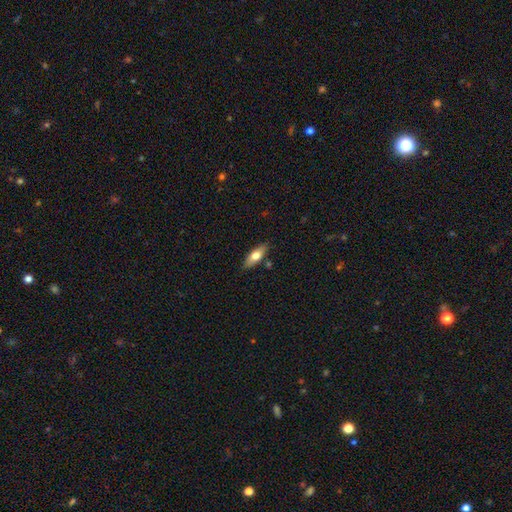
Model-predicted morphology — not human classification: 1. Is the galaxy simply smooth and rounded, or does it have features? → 64% smooth, 30% featured or disk, 6% star or artifact.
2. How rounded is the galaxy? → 67% in between, 30% cigar-shaped, 3% round.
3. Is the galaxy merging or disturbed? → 84% none, 11% minor disturbance, 3% merger, 2% major disturbance.